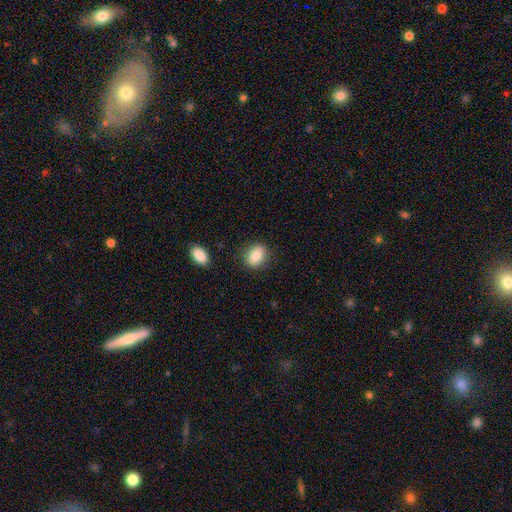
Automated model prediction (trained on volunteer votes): Smooth or featured?
  - smooth: 83% *
  - featured or disk: 9%
  - star or artifact: 8%
How rounded?
  - in between: 60% *
  - round: 39%
  - cigar-shaped: 2%
Merging?
  - none: 84% *
  - minor disturbance: 11%
  - major disturbance: 3%
  - merger: 2%